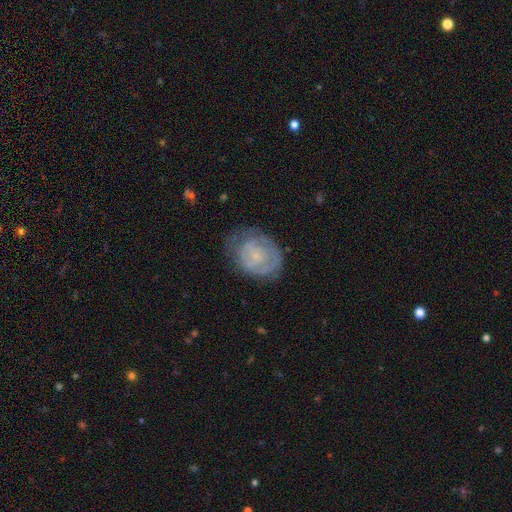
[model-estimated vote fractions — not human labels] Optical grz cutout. It shows a featured or disk galaxy (56%) with no bar (76%), spiral arms (64%) and a small central bulge (69%). Merging: none (56%).